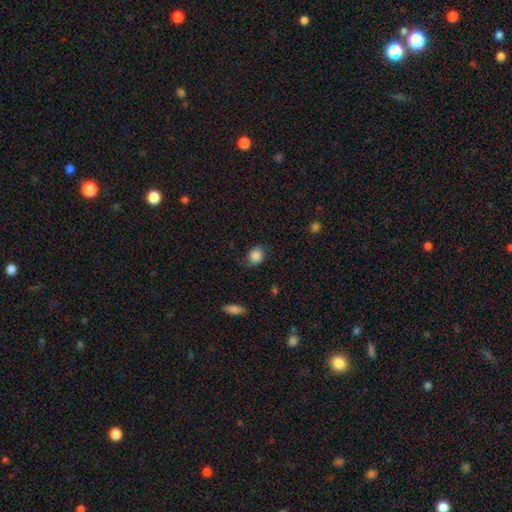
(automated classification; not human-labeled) Q: Smooth or featured?
A: smooth (85%); runner-up: star or artifact (9%)
Q: How rounded?
A: round (61%); runner-up: in between (38%)
Q: Merging?
A: none (72%); runner-up: minor disturbance (21%)